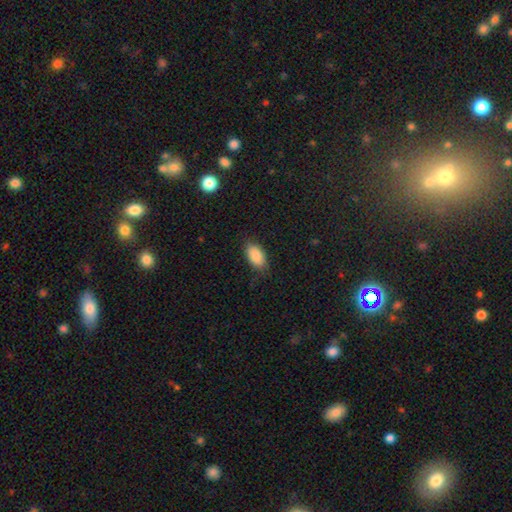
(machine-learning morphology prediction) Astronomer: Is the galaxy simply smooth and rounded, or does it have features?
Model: smooth — 86%.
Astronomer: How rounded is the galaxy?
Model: in between — 93%.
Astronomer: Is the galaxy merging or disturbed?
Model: none — 80%.